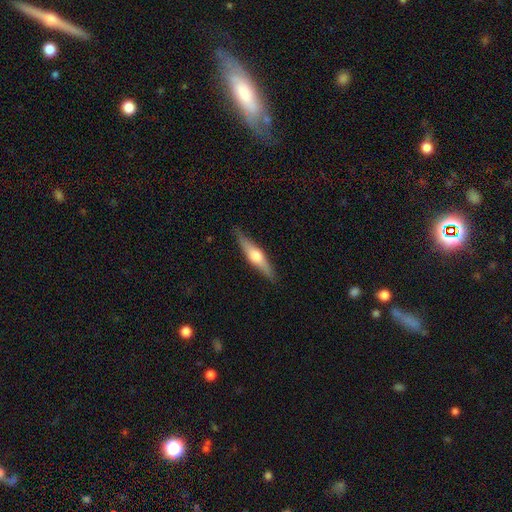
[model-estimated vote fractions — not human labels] smooth-or-featured: featured or disk: 58% | smooth: 36% | star or artifact: 5%
  disk-edge-on: yes: 96% | no: 4%
    edge-on-bulge: rounded: 90% | boxy: 7% | none: 4%
  merging: none: 87% | minor disturbance: 10% | major disturbance: 2% | merger: 1%